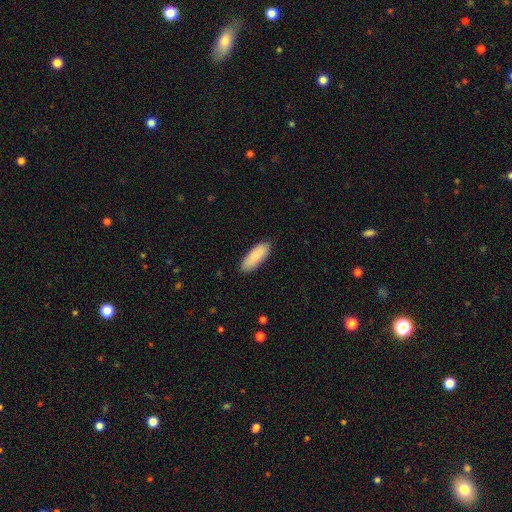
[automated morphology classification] The model was most divided on "how rounded": in between: 69%, cigar-shaped: 30%, round: 2%. More confident: smooth or featured — smooth (89%); merging — none (87%).